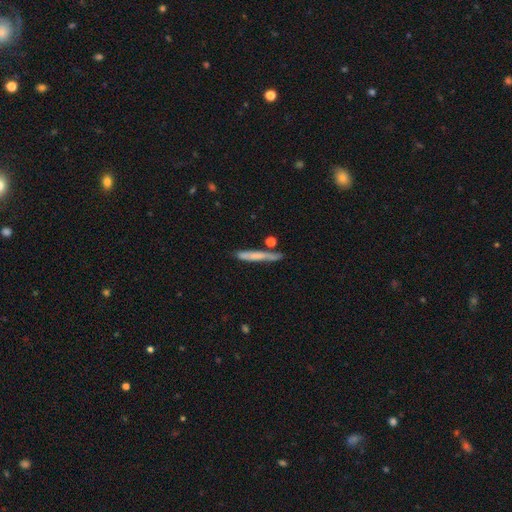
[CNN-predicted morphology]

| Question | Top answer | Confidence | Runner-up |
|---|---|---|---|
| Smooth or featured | smooth | 62% | featured or disk (31%) |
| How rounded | cigar-shaped | 94% | in between (4%) |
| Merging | none | 73% | minor disturbance (17%) |